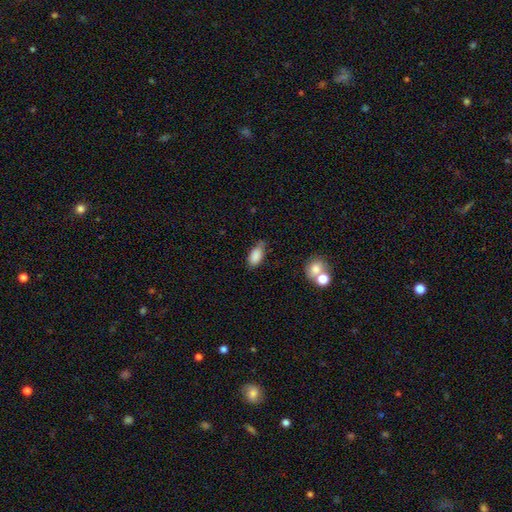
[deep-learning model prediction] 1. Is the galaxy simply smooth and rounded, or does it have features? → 86% smooth, 8% star or artifact, 6% featured or disk.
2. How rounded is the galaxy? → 90% in between, 6% cigar-shaped, 4% round.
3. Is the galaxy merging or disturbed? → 61% none, 29% minor disturbance, 6% major disturbance, 4% merger.